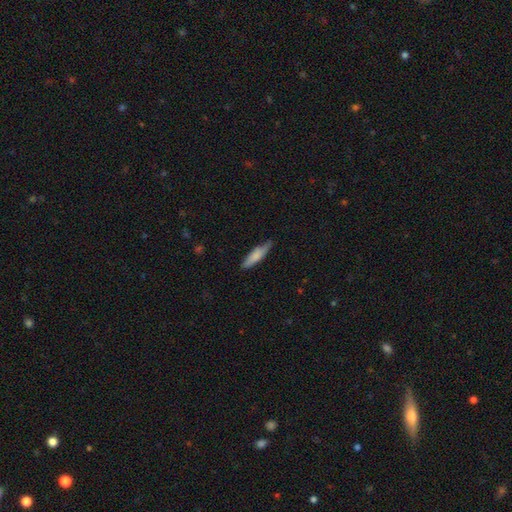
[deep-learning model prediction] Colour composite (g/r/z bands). It shows a smooth galaxy with no disk features (74%) that is cigar-shaped (76%). Merging: none (78%).